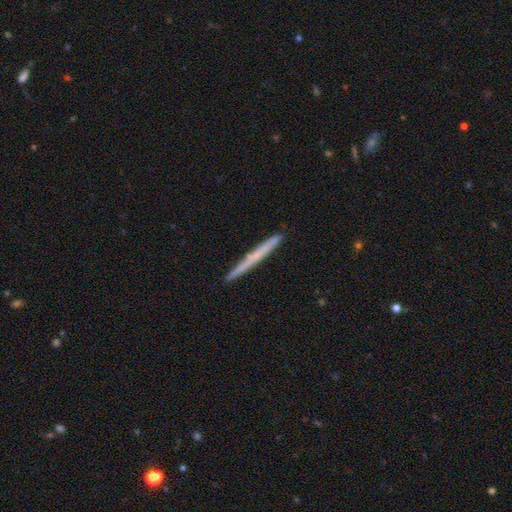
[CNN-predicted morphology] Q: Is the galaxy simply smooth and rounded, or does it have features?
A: smooth — 48%.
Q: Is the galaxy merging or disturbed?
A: none — 92%.